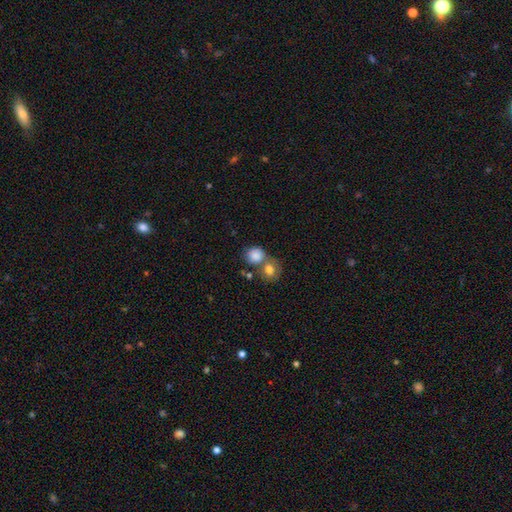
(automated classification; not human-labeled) Smooth or featured? Predicted: smooth (p=0.80). How rounded? Predicted: round (p=0.74). Merging? Predicted: merger (p=0.50).